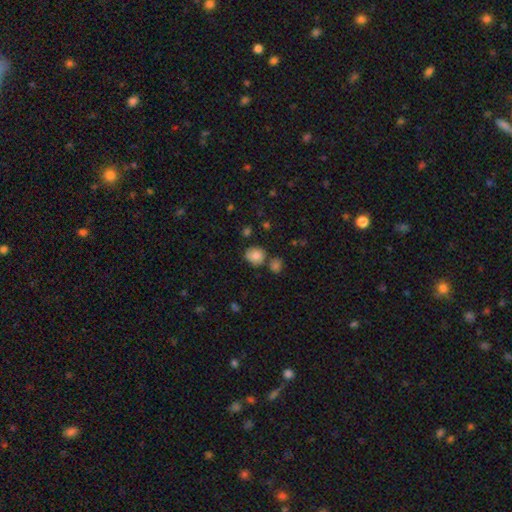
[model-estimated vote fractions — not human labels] Morphology: type=smooth (79%); roundness=round (74%); merging=none (68%).